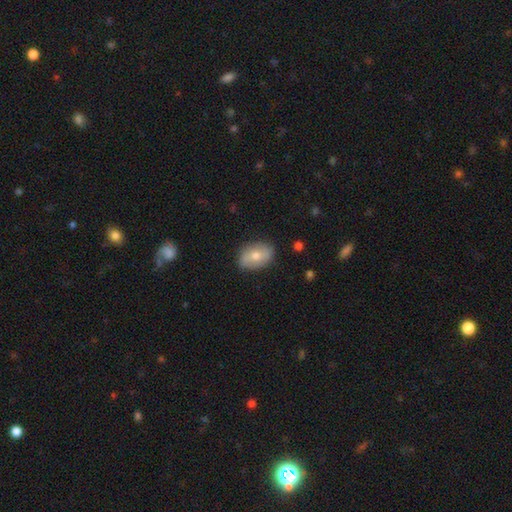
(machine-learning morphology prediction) A smooth galaxy with no disk features (61%) that is in between round and cigar-shaped (84%). Merging: none (85%).